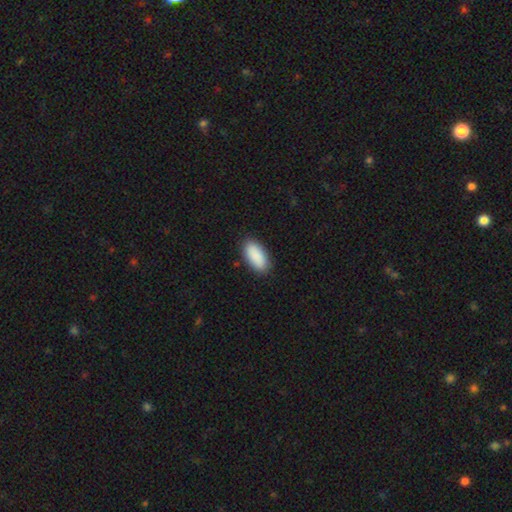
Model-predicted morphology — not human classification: smooth-or-featured: smooth: 91% | star or artifact: 6% | featured or disk: 3%
  how-rounded: in between: 91% | cigar-shaped: 7% | round: 2%
  merging: none: 88% | minor disturbance: 9% | major disturbance: 2% | merger: 1%